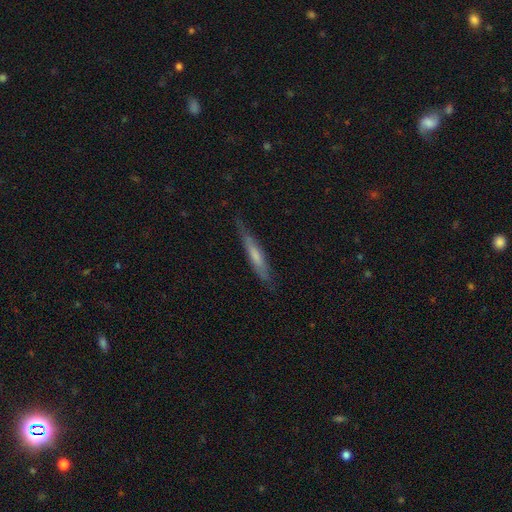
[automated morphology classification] smooth_or_featured: smooth (p=0.52) [alt: featured or disk p=0.41]
how_rounded: cigar-shaped (p=0.91) [alt: in between p=0.08]
merging: none (p=0.75) [alt: minor disturbance p=0.19]